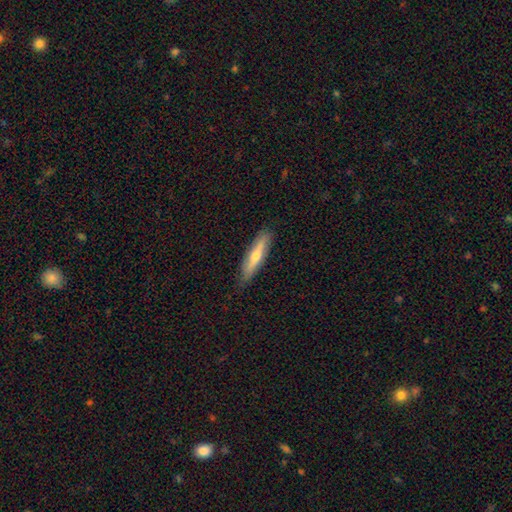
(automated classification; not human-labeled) smooth 53%, featured or disk 41%, star or artifact 6%. Down the decision tree: how rounded — cigar-shaped (82%); merging — none (85%).